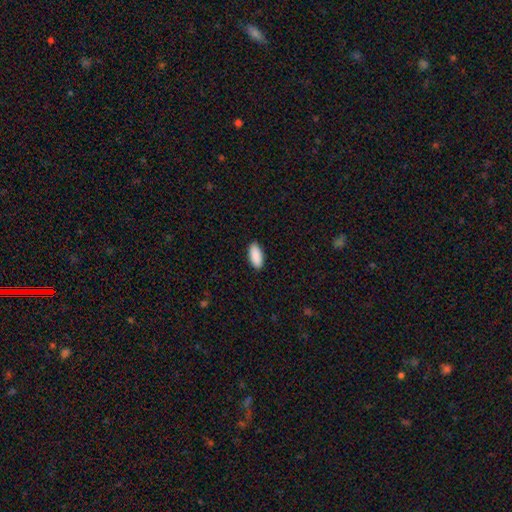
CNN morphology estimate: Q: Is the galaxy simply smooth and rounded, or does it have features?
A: smooth — 91%.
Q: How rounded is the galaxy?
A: in between — 87%.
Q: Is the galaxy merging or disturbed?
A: none — 90%.